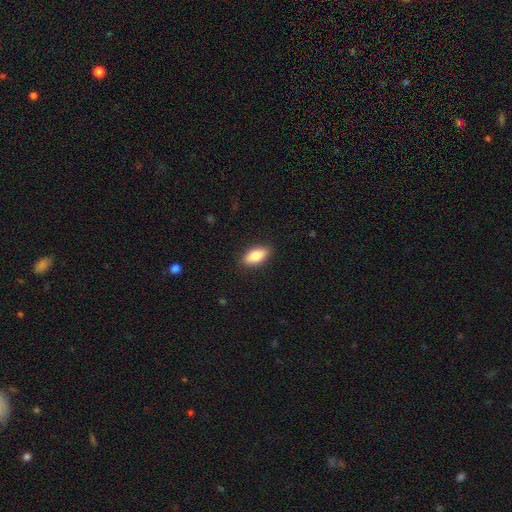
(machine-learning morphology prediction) Overall: smooth (81%). How rounded: in between (87%). Merging: none (89%).